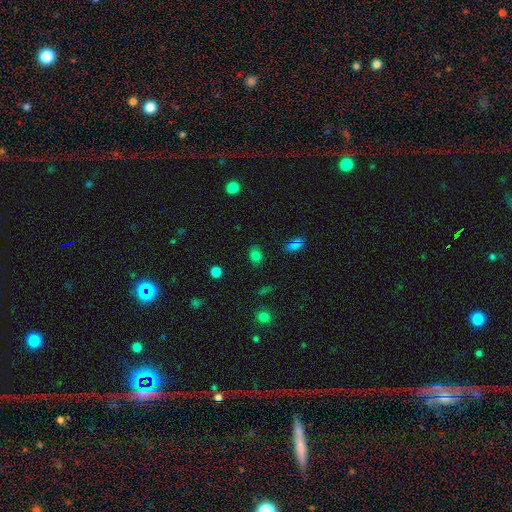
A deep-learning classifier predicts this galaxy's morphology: smooth_or_featured: smooth (p=0.79) [alt: star or artifact p=0.15]
how_rounded: round (p=0.54) [alt: in between p=0.45]
merging: none (p=0.83) [alt: minor disturbance p=0.12]